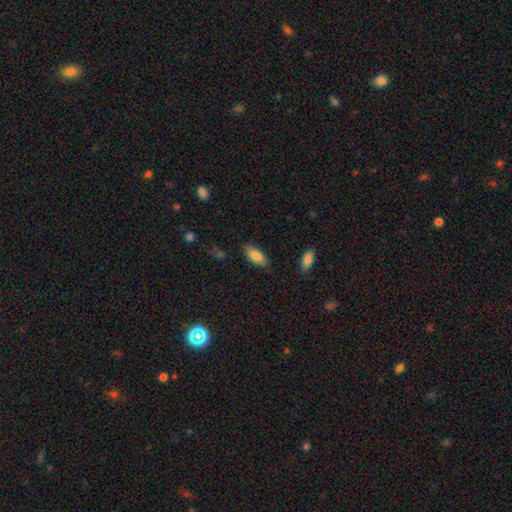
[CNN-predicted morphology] A smooth galaxy with no disk features (84%) that is in between round and cigar-shaped (85%).

Vote fractions:
- Smooth or featured? smooth: 84% / featured or disk: 10% / star or artifact: 7%
- How rounded? in between: 85% / cigar-shaped: 13% / round: 2%
- Merging? none: 80% / minor disturbance: 15% / major disturbance: 3% / merger: 2%